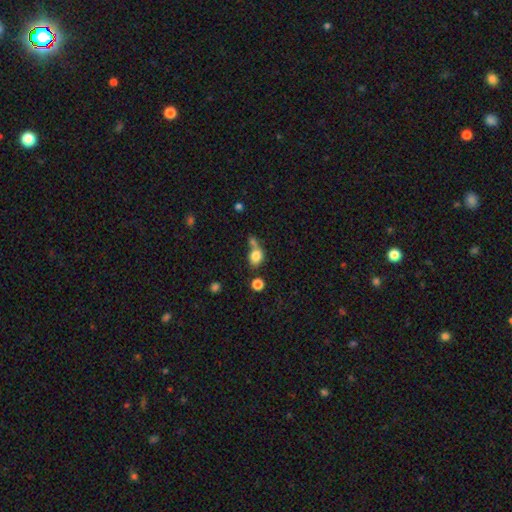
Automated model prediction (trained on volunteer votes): Q: Smooth or featured?
A: smooth (81%); runner-up: star or artifact (10%)
Q: How rounded?
A: in between (51%); runner-up: round (47%)
Q: Merging?
A: merger (41%); runner-up: none (40%)